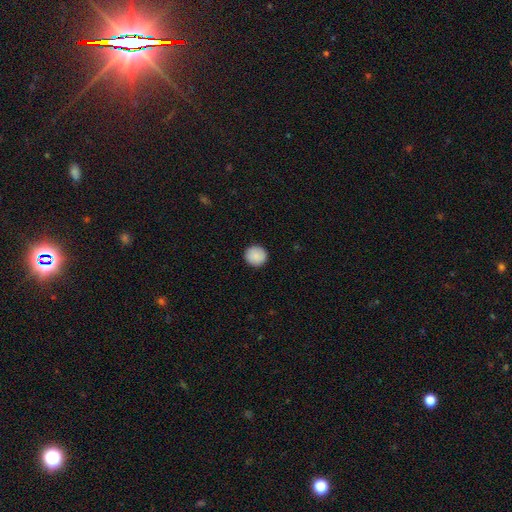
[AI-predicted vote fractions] Smooth or featured? Predicted: smooth (p=0.89). How rounded? Predicted: round (p=0.95). Merging? Predicted: none (p=0.92).